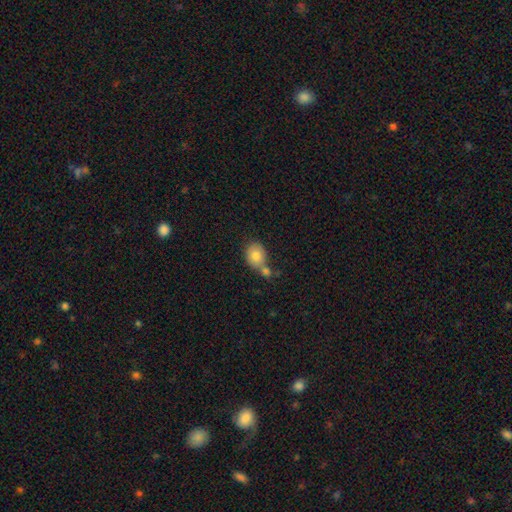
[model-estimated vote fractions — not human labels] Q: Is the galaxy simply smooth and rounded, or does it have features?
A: smooth — 80%.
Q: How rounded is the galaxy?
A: round — 55%.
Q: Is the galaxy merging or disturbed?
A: none — 42%.